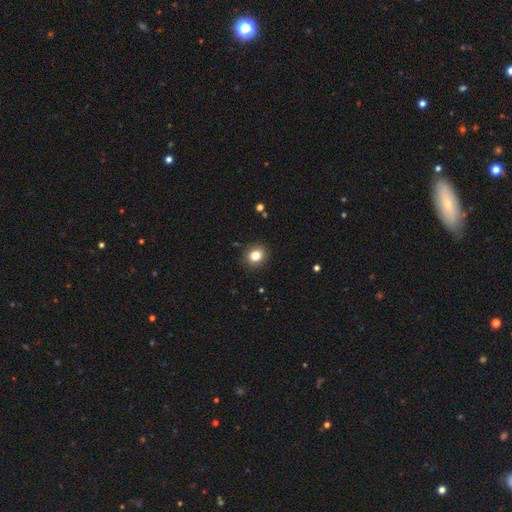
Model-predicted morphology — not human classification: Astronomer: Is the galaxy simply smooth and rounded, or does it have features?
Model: smooth — 82%.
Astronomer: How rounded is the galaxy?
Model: round — 78%.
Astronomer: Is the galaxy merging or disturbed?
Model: none — 90%.